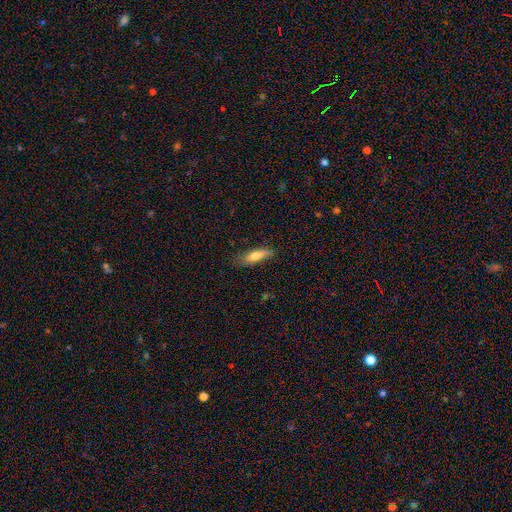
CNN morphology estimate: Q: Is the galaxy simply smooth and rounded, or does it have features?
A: smooth — 70%.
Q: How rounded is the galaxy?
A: cigar-shaped — 54%.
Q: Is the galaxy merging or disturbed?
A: none — 73%.